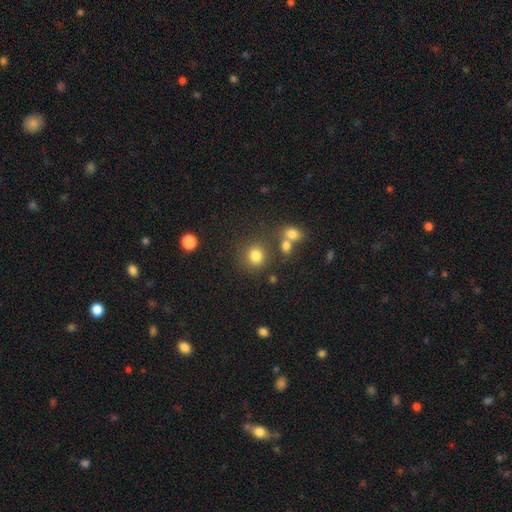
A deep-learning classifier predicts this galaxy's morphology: Overall: smooth (80%). How rounded: round (82%). Merging: none (73%).